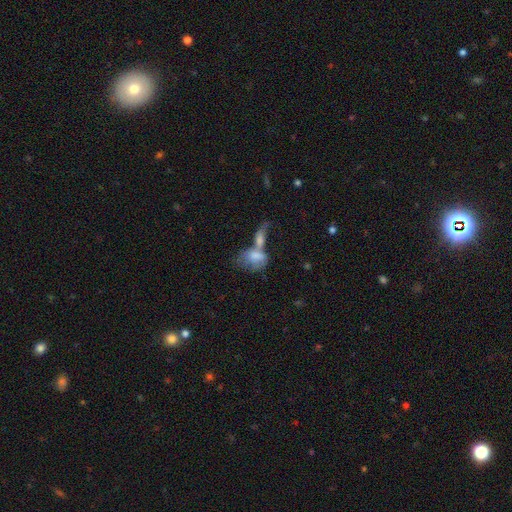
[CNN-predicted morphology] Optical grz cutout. It shows a smooth galaxy with no disk features (64%) that is in between round and cigar-shaped (83%). Merging: merger (63%).